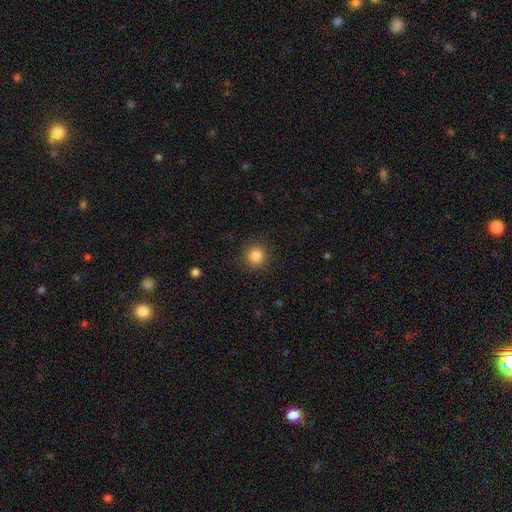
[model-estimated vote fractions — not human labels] Smooth or featured?
  - smooth: 85% *
  - star or artifact: 11%
  - featured or disk: 5%
How rounded?
  - round: 92% *
  - in between: 7%
  - cigar-shaped: 1%
Merging?
  - none: 88% *
  - minor disturbance: 8%
  - major disturbance: 3%
  - merger: 1%